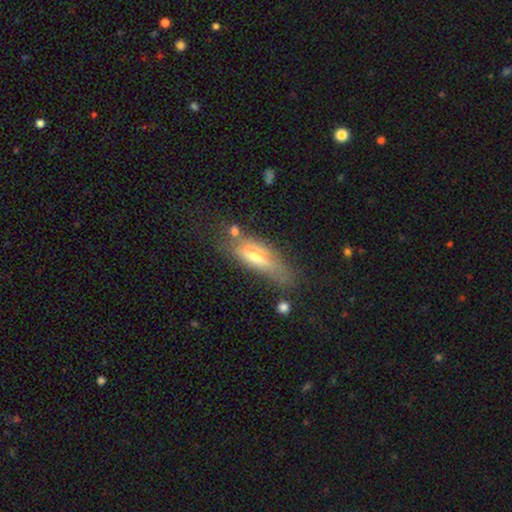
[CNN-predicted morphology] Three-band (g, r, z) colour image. It shows a featured or disk galaxy (46%, tied with smooth). Merging: none (56%).